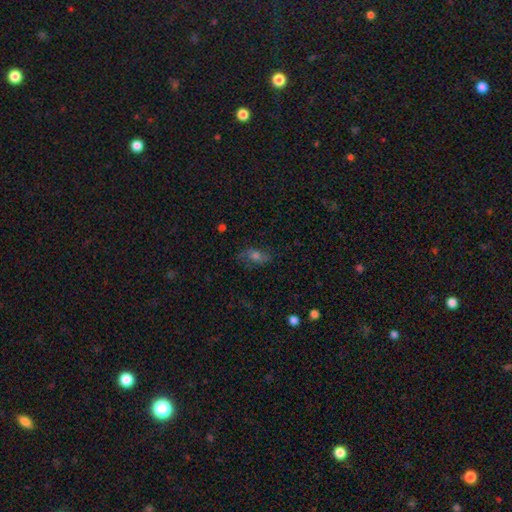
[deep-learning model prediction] A smooth galaxy with no disk features (41%). Merging: none (70%).